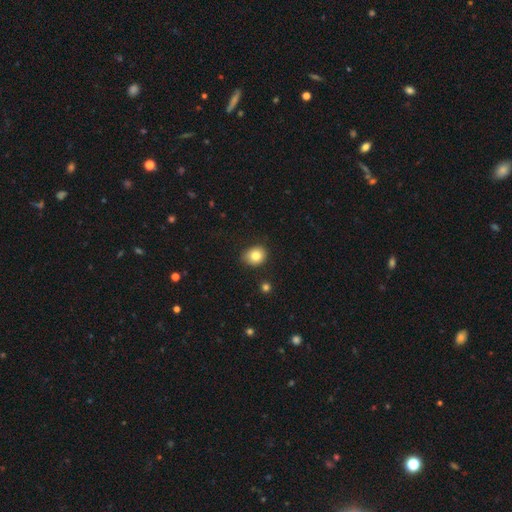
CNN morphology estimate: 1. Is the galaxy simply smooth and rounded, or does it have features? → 83% smooth, 10% star or artifact, 7% featured or disk.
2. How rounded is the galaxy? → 64% round, 35% in between, 1% cigar-shaped.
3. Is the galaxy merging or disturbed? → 82% none, 14% minor disturbance, 3% major disturbance, 2% merger.